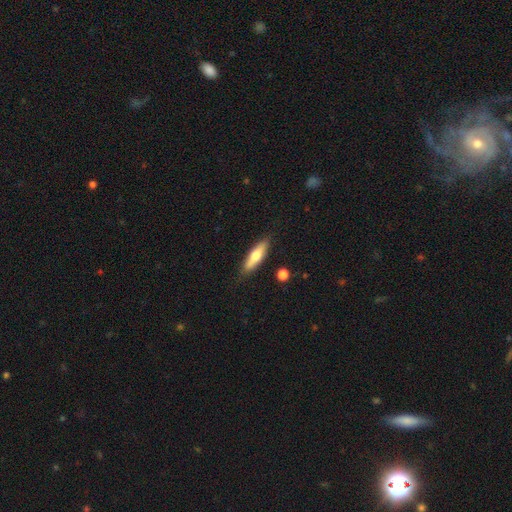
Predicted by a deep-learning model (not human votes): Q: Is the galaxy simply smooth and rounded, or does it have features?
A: smooth — 59%.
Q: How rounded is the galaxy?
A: cigar-shaped — 64%.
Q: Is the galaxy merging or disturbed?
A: none — 83%.